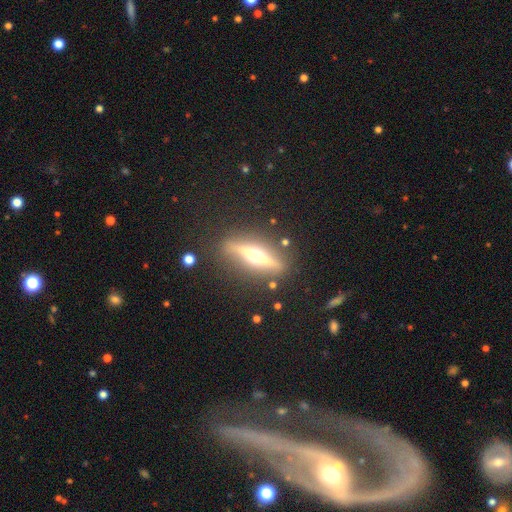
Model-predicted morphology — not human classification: This appears to be a featured or disk galaxy (75%) viewed edge-on (94%) with a rounded central bulge (96%). Merging: none (85%).